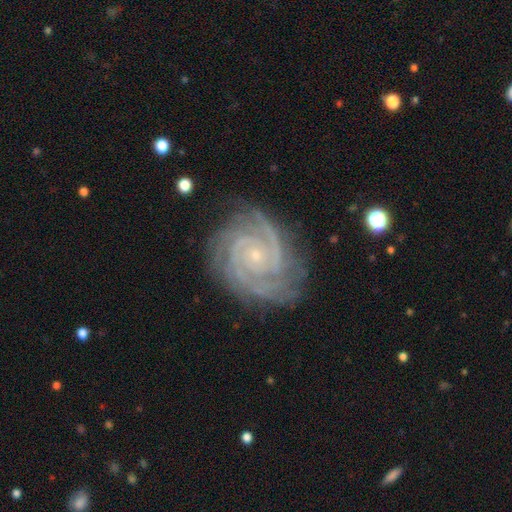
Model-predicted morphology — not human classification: Q: Smooth or featured?
A: featured or disk (92%); runner-up: star or artifact (5%)
Q: Edge-on disk?
A: no (98%); runner-up: yes (2%)
Q: Bar?
A: no (76%); runner-up: weak (18%)
Q: Spiral arms?
A: yes (99%); runner-up: no (1%)
Q: Spiral winding?
A: tight (79%); runner-up: medium (19%)
Q: Spiral arm count?
A: 2 (34%); runner-up: 3 (27%)
Q: Bulge size?
A: small (86%); runner-up: moderate (10%)
Q: Merging?
A: none (78%); runner-up: minor disturbance (16%)